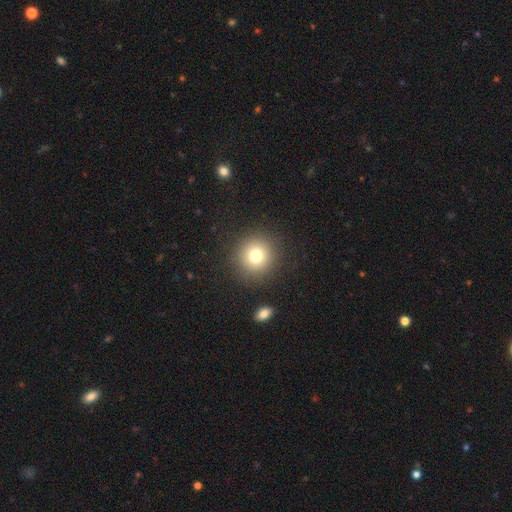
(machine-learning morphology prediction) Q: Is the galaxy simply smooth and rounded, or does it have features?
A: smooth — 77%.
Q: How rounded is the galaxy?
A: round — 93%.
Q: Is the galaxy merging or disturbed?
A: none — 89%.